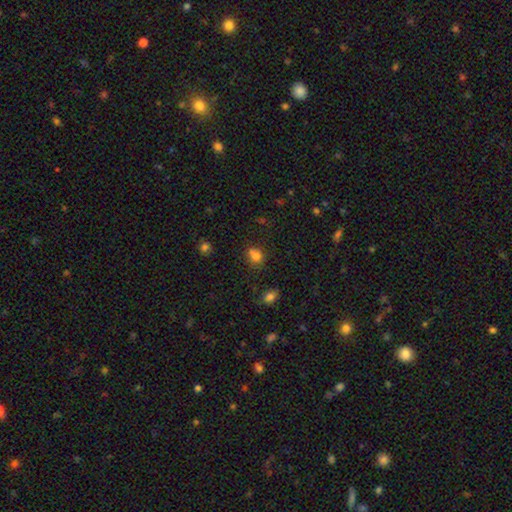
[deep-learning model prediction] Smooth or featured? smooth (75%)
How rounded? round (63%)
Merging? none (43%)